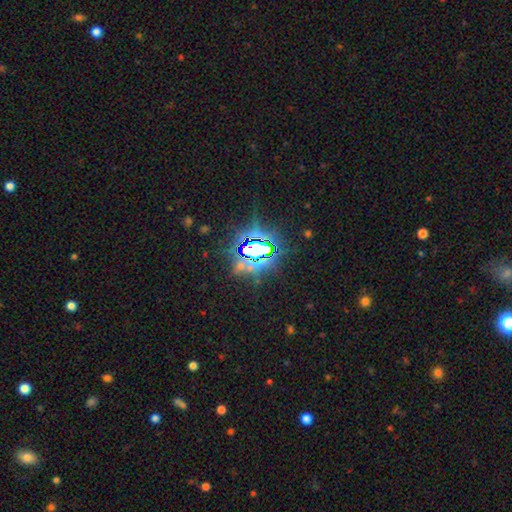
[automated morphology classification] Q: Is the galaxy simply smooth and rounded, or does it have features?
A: star or artifact — 79%.